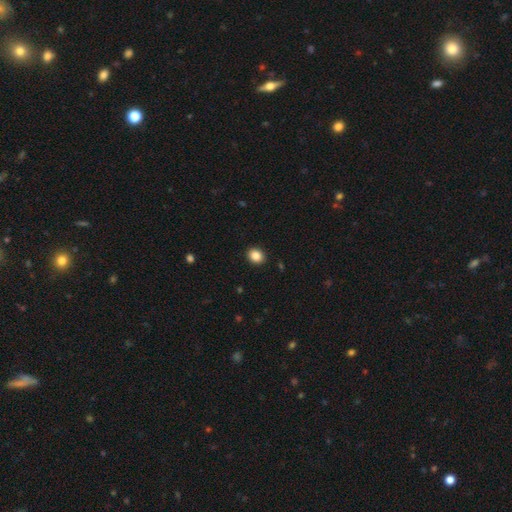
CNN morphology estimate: smooth-or-featured: smooth: 87% | star or artifact: 9% | featured or disk: 4%
  how-rounded: round: 62% | in between: 37% | cigar-shaped: 1%
  merging: none: 91% | minor disturbance: 6% | major disturbance: 2% | merger: 1%